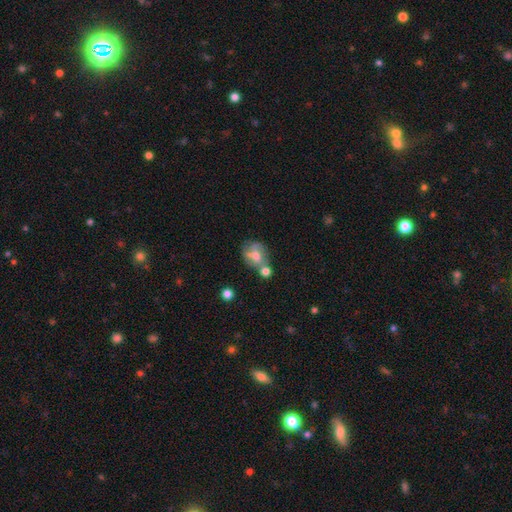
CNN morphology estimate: Smooth or featured: featured or disk — 45% (smooth — 44%)
Merging: none — 35% (tied with merger — 35%)